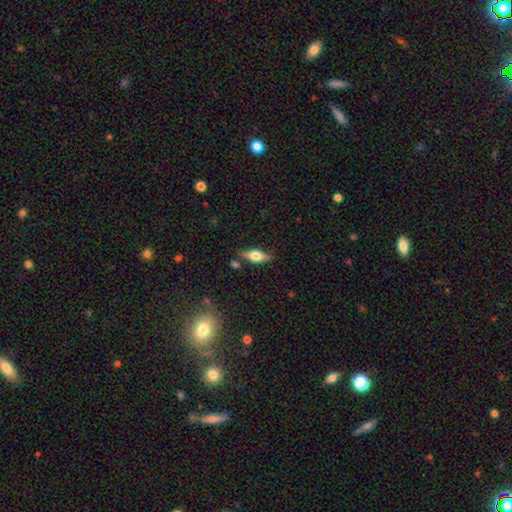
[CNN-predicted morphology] This is possibly a featured or disk galaxy (47%). Merging: likely none (80%).